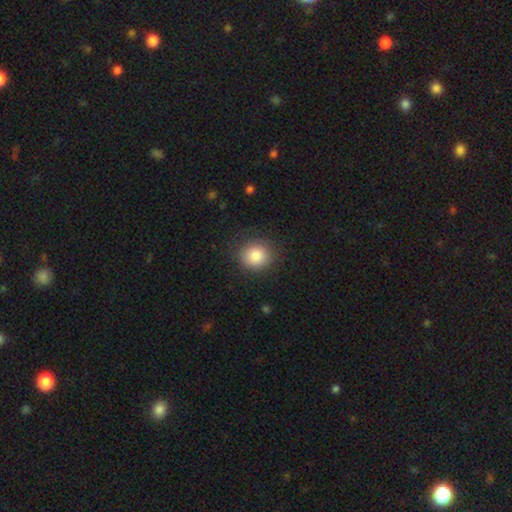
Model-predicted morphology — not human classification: Smooth or featured? Predicted: smooth (p=0.85). How rounded? Predicted: round (p=0.85). Merging? Predicted: none (p=0.84).